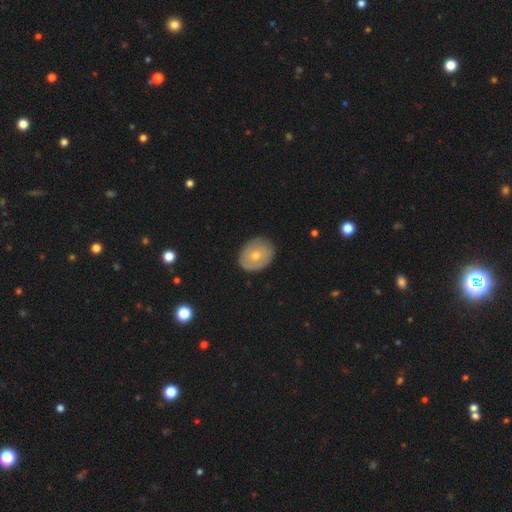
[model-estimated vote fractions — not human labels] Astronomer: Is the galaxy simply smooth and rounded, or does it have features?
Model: smooth — 60%.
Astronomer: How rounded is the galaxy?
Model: round — 51% (runner-up: in between, 48%).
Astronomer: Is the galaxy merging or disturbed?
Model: none — 84%.